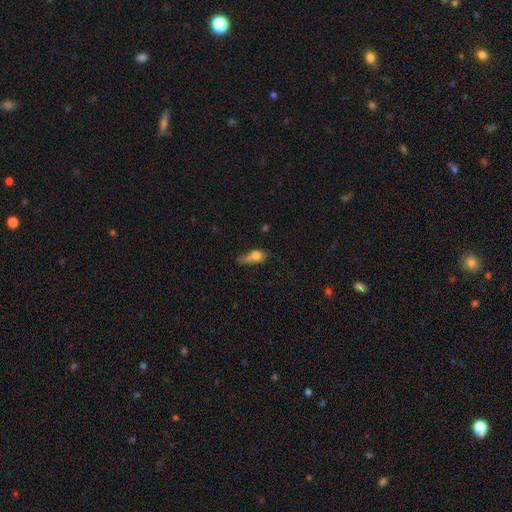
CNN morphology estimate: smooth-or-featured: smooth: 70% | featured or disk: 19% | star or artifact: 11%
  how-rounded: in between: 61% | round: 27% | cigar-shaped: 12%
  merging: none: 26% (tied) | major disturbance: 26% (tied) | minor disturbance: 24% | merger: 23%